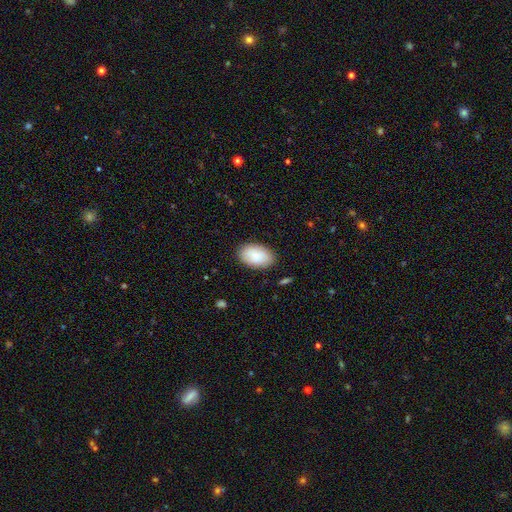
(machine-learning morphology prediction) This appears to be a smooth galaxy with no disk features (85%) that is in between round and cigar-shaped (93%). Merging: none (87%).